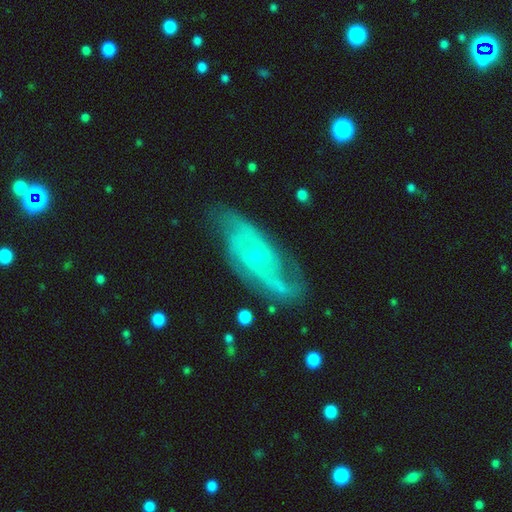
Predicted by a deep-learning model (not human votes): Q: Smooth or featured?
A: featured or disk (86%); runner-up: smooth (8%)
Q: Edge-on disk?
A: no (94%); runner-up: yes (6%)
Q: Bar?
A: no (59%); runner-up: weak (33%)
Q: Spiral arms?
A: yes (95%); runner-up: no (5%)
Q: Spiral winding?
A: medium (50%); runner-up: tight (28%)
Q: Spiral arm count?
A: 2 (70%); runner-up: can't tell (14%)
Q: Bulge size?
A: small (84%); runner-up: moderate (11%)
Q: Merging?
A: none (71%); runner-up: minor disturbance (19%)